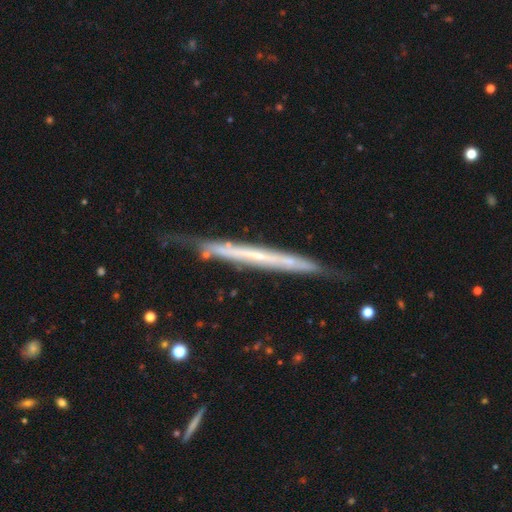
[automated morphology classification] This appears to be a featured or disk galaxy (71%) viewed edge-on (88%) with no central bulge (82%). Merging: none (67%).